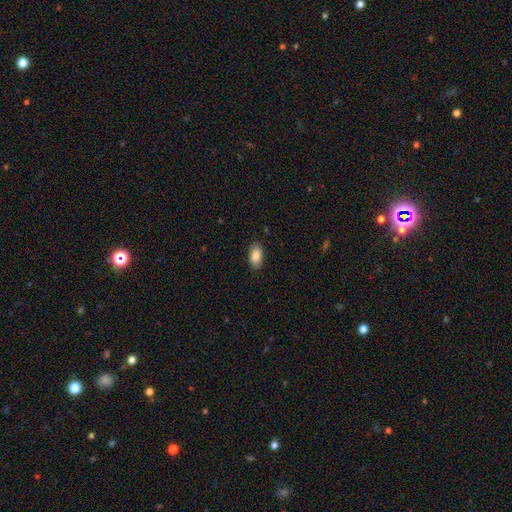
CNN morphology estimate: Smooth or featured? smooth (87%)
How rounded? in between (93%)
Merging? none (87%)